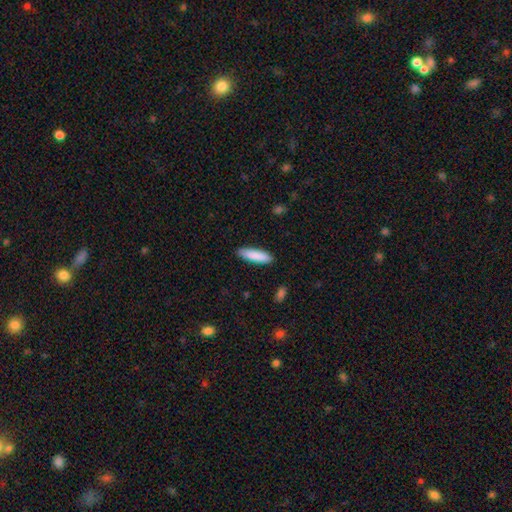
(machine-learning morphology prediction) Q: Smooth or featured?
A: smooth (88%); runner-up: featured or disk (7%)
Q: How rounded?
A: cigar-shaped (65%); runner-up: in between (34%)
Q: Merging?
A: none (88%); runner-up: minor disturbance (9%)